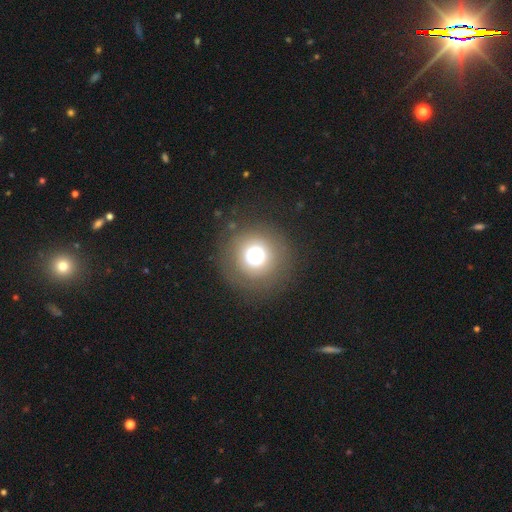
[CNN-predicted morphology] Smooth or featured? smooth (69%)
How rounded? round (96%)
Merging? none (84%)